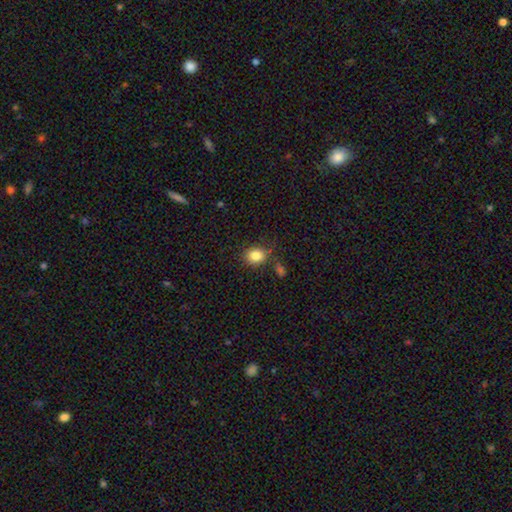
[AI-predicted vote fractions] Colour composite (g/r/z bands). It shows a smooth galaxy with no disk features (84%) that is round (60%). Merging: none (78%).